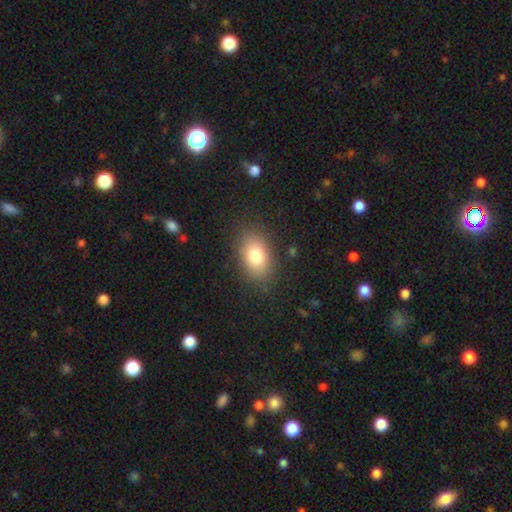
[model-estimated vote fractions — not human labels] Q: Smooth or featured?
A: smooth (80%); runner-up: featured or disk (11%)
Q: How rounded?
A: in between (85%); runner-up: round (13%)
Q: Merging?
A: none (84%); runner-up: minor disturbance (11%)